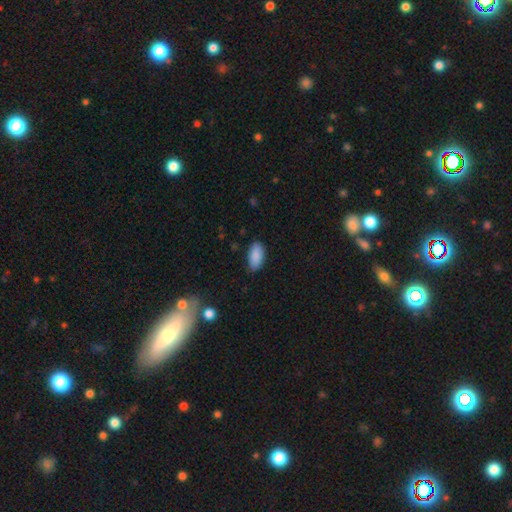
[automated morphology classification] A smooth galaxy with no disk features (89%) that is in between round and cigar-shaped (93%). Merging: none (83%).